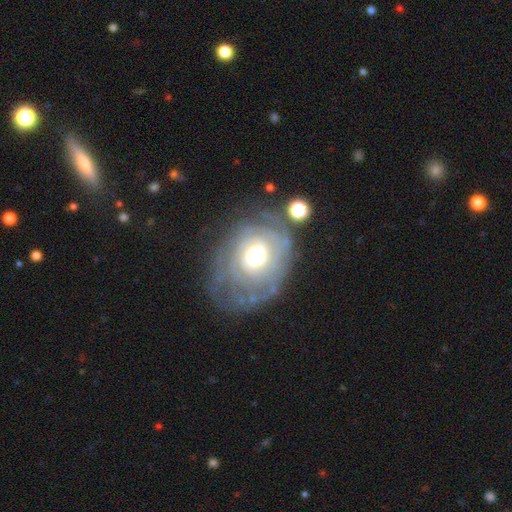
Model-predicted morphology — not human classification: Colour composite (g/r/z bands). It shows a featured or disk galaxy (80%) with no bar (58%), tight (74%) spiral arms (87%) and a moderate central bulge (64%). Merging: none (58%).